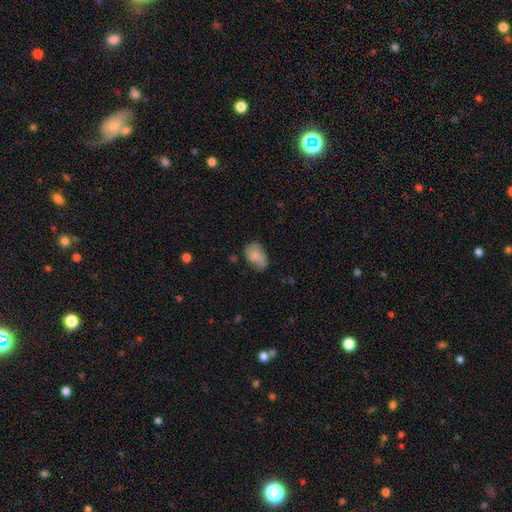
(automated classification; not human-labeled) A smooth galaxy with no disk features (77%) that is in between round and cigar-shaped (83%).

Vote fractions:
- Smooth or featured? smooth: 77% / featured or disk: 15% / star or artifact: 8%
- How rounded? in between: 83% / round: 16% / cigar-shaped: 1%
- Merging? none: 44% / minor disturbance: 37% / major disturbance: 12% / merger: 7%